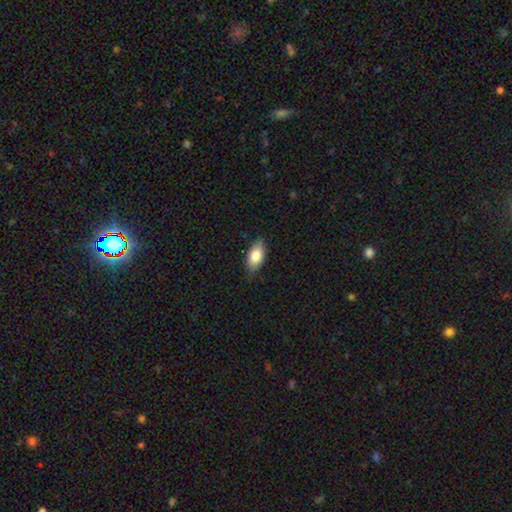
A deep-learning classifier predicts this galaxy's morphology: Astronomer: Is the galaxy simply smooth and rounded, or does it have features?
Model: smooth — 82%.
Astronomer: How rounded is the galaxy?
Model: in between — 91%.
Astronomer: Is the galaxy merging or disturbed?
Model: none — 83%.